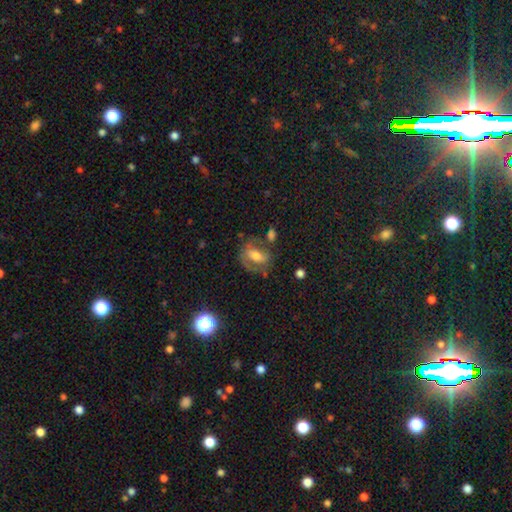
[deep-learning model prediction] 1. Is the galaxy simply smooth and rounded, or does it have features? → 59% featured or disk, 32% smooth, 9% star or artifact.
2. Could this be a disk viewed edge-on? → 94% no, 6% yes.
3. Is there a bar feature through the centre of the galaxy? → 37% weak, 32% strong, 31% no.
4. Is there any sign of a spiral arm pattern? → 68% yes, 32% no.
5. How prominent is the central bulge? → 58% moderate, 20% small, 17% large, 3% none, 2% dominant.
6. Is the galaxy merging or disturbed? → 54% none, 21% minor disturbance, 17% major disturbance, 8% merger.